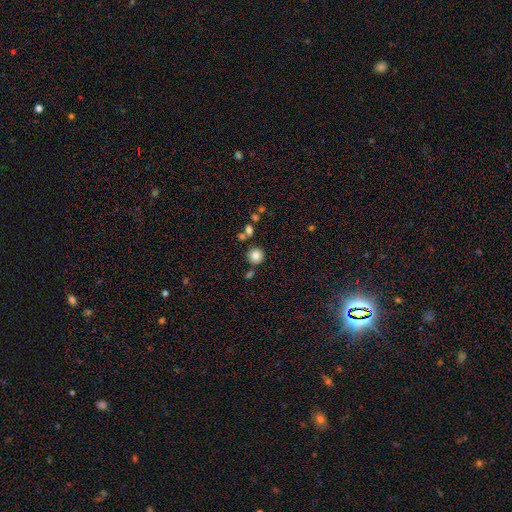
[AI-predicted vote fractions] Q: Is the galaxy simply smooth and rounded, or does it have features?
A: smooth — 82%.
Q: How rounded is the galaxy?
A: round — 93%.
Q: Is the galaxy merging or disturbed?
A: none — 78%.